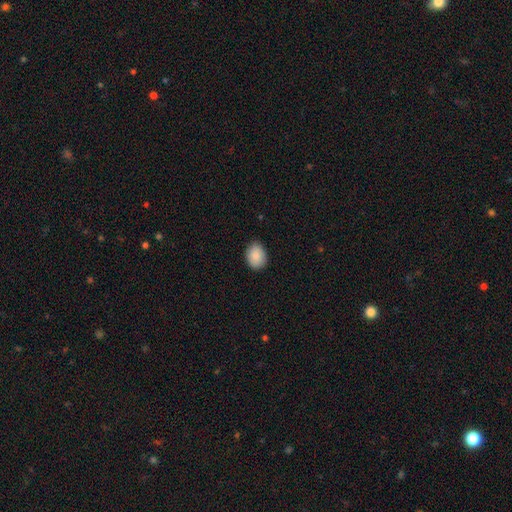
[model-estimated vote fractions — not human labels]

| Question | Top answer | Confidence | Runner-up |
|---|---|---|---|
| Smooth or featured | smooth | 87% | star or artifact (7%) |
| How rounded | in between | 59% | round (40%) |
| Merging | none | 82% | minor disturbance (15%) |